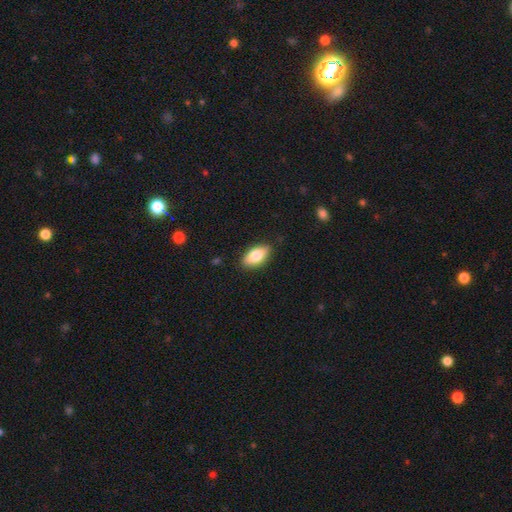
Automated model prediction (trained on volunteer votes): A smooth galaxy with no disk features (78%) that is in between round and cigar-shaped (89%).

Vote fractions:
- Smooth or featured? smooth: 78% / featured or disk: 15% / star or artifact: 7%
- How rounded? in between: 89% / cigar-shaped: 8% / round: 3%
- Merging? none: 86% / minor disturbance: 11% / major disturbance: 2% / merger: 1%